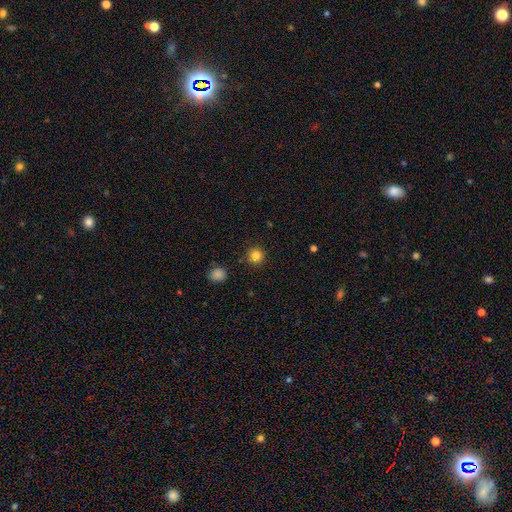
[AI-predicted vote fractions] Q: Smooth or featured?
A: smooth (83%); runner-up: star or artifact (12%)
Q: How rounded?
A: round (95%); runner-up: in between (5%)
Q: Merging?
A: none (90%); runner-up: minor disturbance (6%)